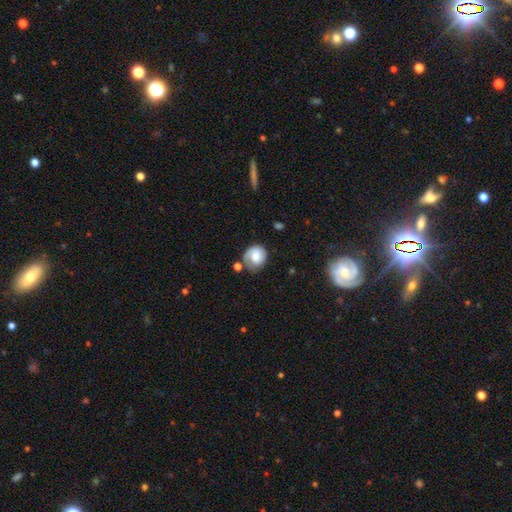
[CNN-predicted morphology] smooth 62%, featured or disk 31%, star or artifact 7%. Down the decision tree: how rounded — round (75%); merging — none (54%).